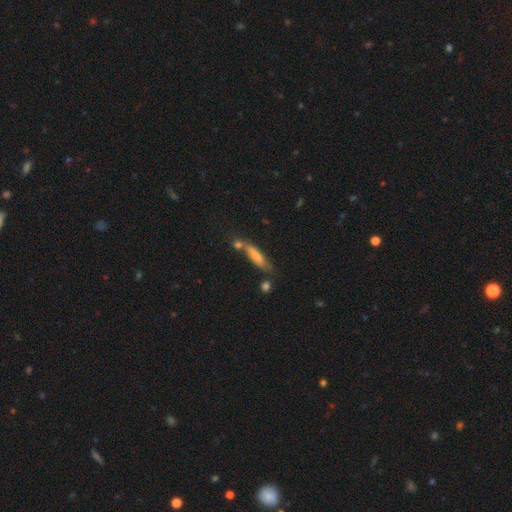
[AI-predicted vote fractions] Smooth or featured?
  - smooth: 70% *
  - featured or disk: 23%
  - star or artifact: 8%
How rounded?
  - cigar-shaped: 74% *
  - in between: 24%
  - round: 2%
Merging?
  - none: 55% *
  - minor disturbance: 20%
  - merger: 19%
  - major disturbance: 7%